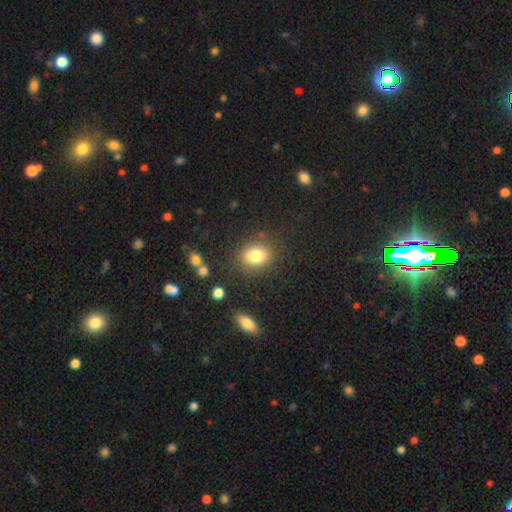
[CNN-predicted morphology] smooth 82%, star or artifact 10%, featured or disk 8%. Down the decision tree: how rounded — in between (53%); merging — none (80%).